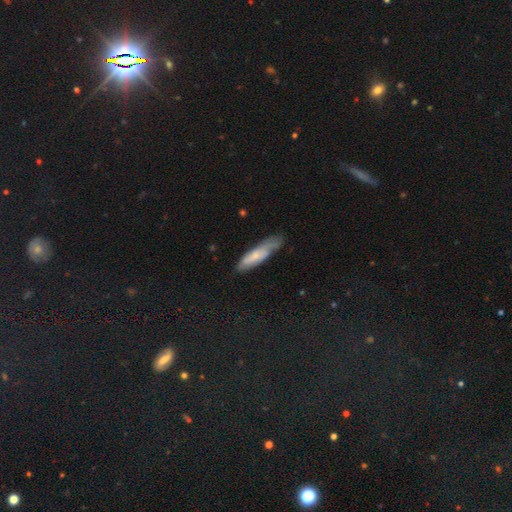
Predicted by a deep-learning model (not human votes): smooth-or-featured: smooth: 61% | featured or disk: 32% | star or artifact: 7%
  how-rounded: cigar-shaped: 72% | in between: 27% | round: 2%
  merging: none: 57% | minor disturbance: 31% | major disturbance: 10% | merger: 2%